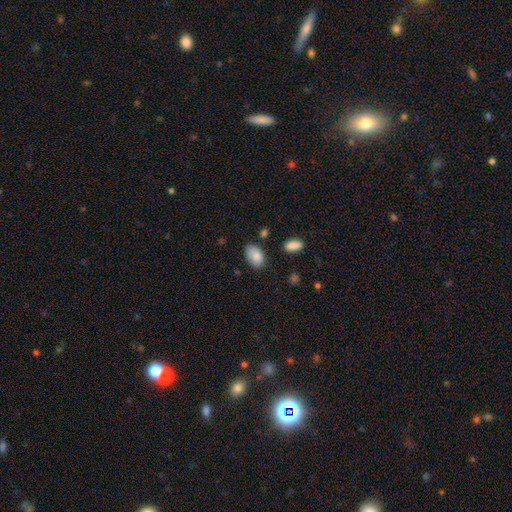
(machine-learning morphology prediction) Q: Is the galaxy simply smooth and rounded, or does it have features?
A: smooth — 84%.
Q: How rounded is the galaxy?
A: in between — 90%.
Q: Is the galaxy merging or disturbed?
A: none — 71%.